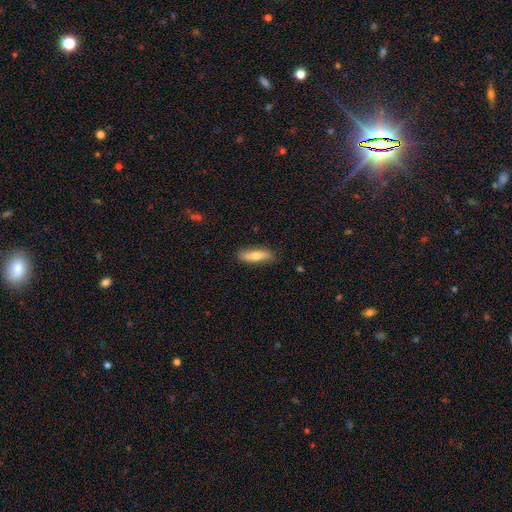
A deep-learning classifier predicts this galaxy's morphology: Smooth or featured? smooth (68%)
How rounded? cigar-shaped (61%)
Merging? none (85%)